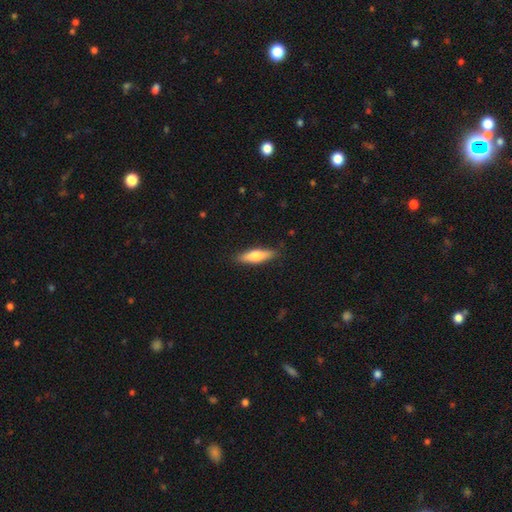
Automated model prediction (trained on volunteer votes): This is likely a smooth galaxy (65%). How rounded: likely cigar-shaped (61%). Merging: clearly none (87%).